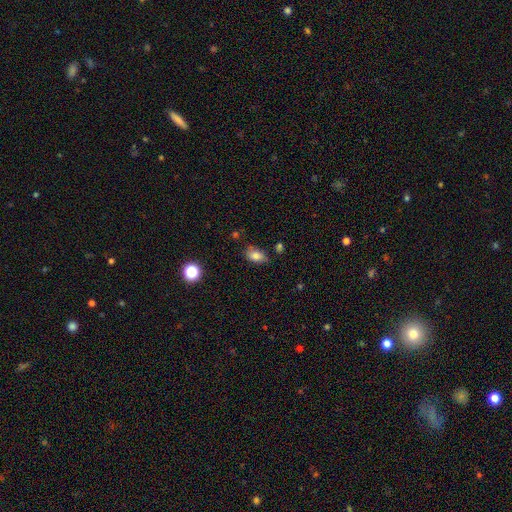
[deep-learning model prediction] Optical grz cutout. It shows a smooth galaxy with no disk features (79%) that is in between round and cigar-shaped (85%). Merging: none (63%).